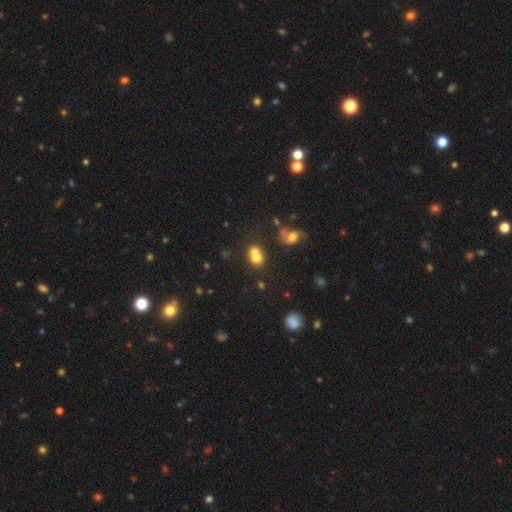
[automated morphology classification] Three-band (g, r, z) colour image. It shows a smooth galaxy with no disk features (70%) that is round (51%). Merging: merger (56%).